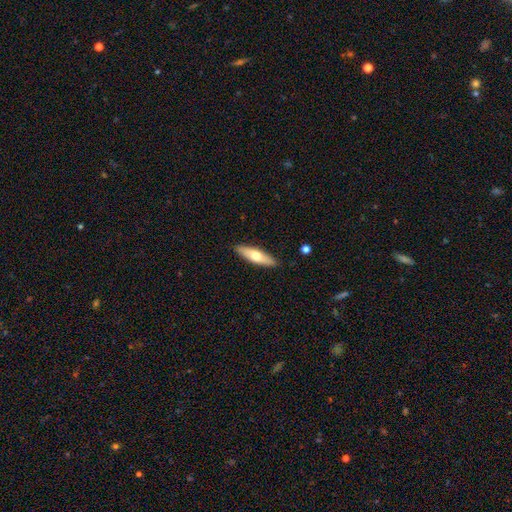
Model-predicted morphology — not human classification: Q: Smooth or featured?
A: smooth (56%); runner-up: featured or disk (38%)
Q: How rounded?
A: cigar-shaped (62%); runner-up: in between (36%)
Q: Merging?
A: none (89%); runner-up: minor disturbance (8%)